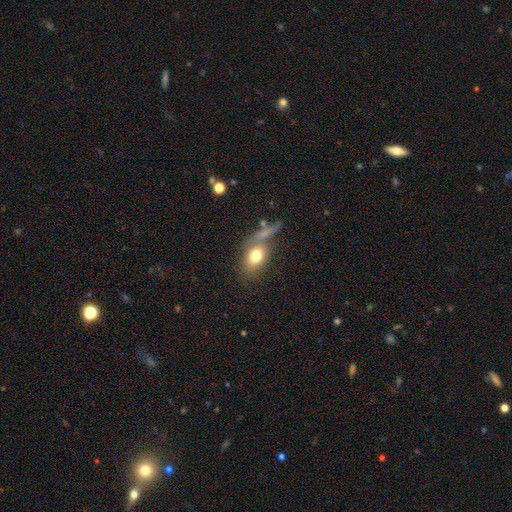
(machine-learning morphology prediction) Smooth or featured?
  - smooth: 75% *
  - featured or disk: 16%
  - star or artifact: 9%
How rounded?
  - in between: 70% *
  - round: 27%
  - cigar-shaped: 4%
Merging?
  - none: 47% *
  - merger: 22%
  - minor disturbance: 16%
  - major disturbance: 15%